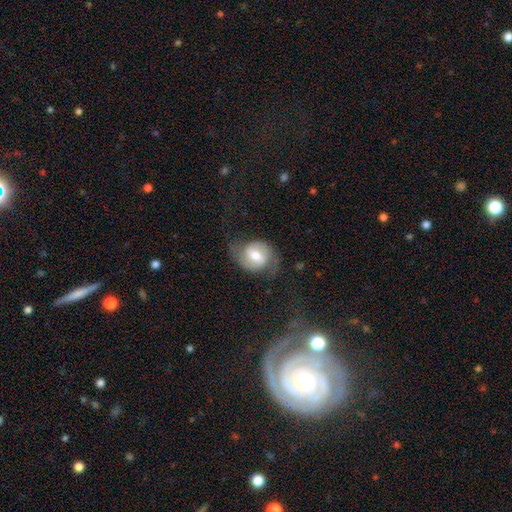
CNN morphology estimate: Smooth or featured?
  - featured or disk: 58% *
  - smooth: 35%
  - star or artifact: 7%
Edge-on disk?
  - no: 97% *
  - yes: 3%
Bar?
  - weak: 49% *
  - no: 28%
  - strong: 24%
Spiral arms?
  - yes: 86% *
  - no: 14%
Bulge size?
  - moderate: 67% *
  - small: 20%
  - large: 10%
  - dominant: 2%
  - none: 2%
Merging?
  - none: 62% *
  - minor disturbance: 21%
  - major disturbance: 15%
  - merger: 1%